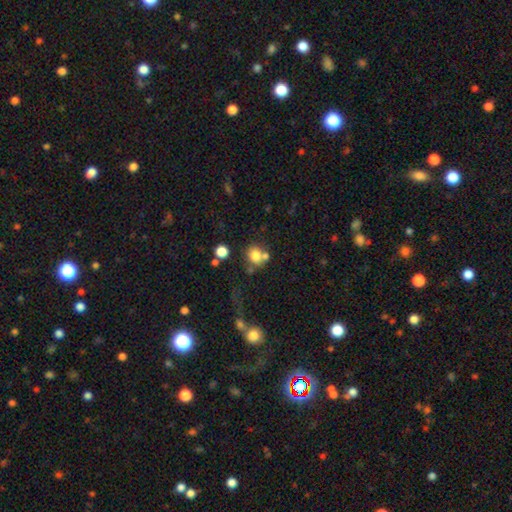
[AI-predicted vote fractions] This appears to be a smooth galaxy with no disk features (77%) that is round (79%). Merging: none (54%).